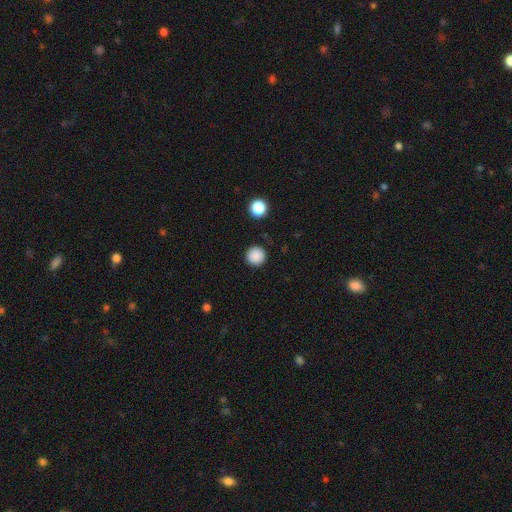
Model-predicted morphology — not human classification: Smooth or featured? Predicted: smooth (p=0.87). How rounded? Predicted: round (p=0.96). Merging? Predicted: none (p=0.91).